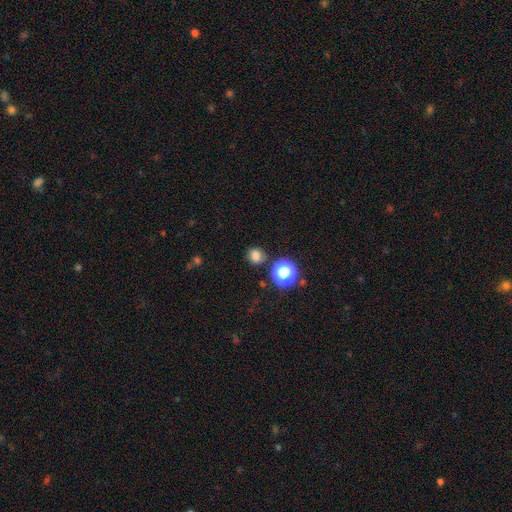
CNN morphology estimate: Overall: smooth (77%). How rounded: round (79%). Merging: none (82%).